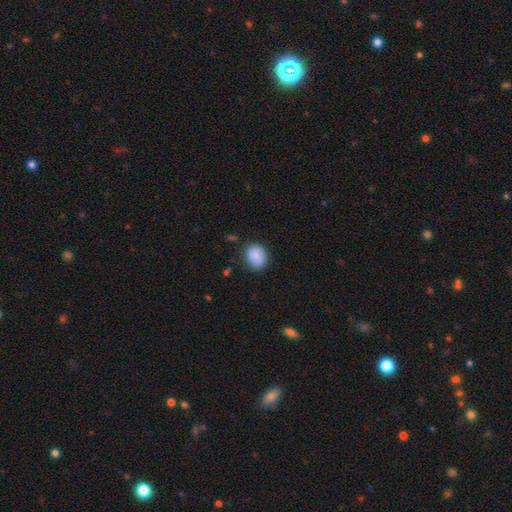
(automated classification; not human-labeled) A smooth galaxy with no disk features (86%) that is round (56%). Merging: none (80%).